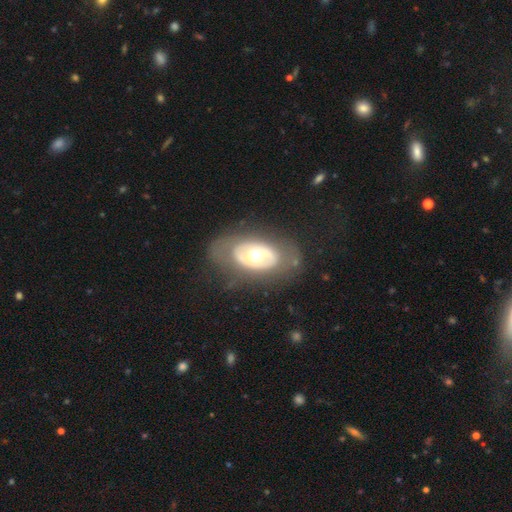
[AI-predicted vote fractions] Q: Smooth or featured?
A: featured or disk (62%); runner-up: smooth (32%)
Q: Edge-on disk?
A: no (91%); runner-up: yes (9%)
Q: Bar?
A: no (79%); runner-up: weak (13%)
Q: Spiral arms?
A: no (78%); runner-up: yes (22%)
Q: Bulge size?
A: moderate (67%); runner-up: large (23%)
Q: Merging?
A: none (70%); runner-up: minor disturbance (16%)